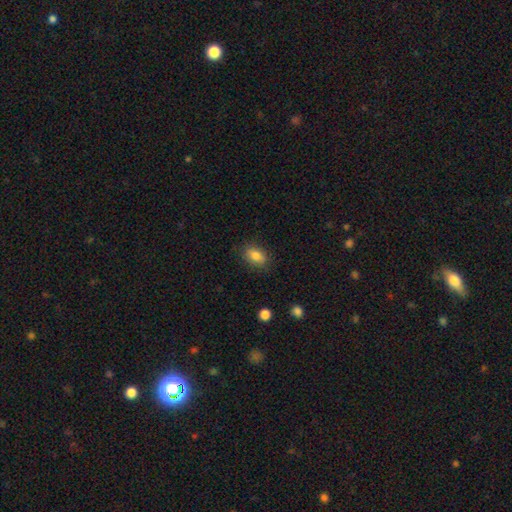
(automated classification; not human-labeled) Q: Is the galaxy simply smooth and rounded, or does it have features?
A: smooth — 83%.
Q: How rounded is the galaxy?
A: in between — 82%.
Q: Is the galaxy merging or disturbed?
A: none — 85%.